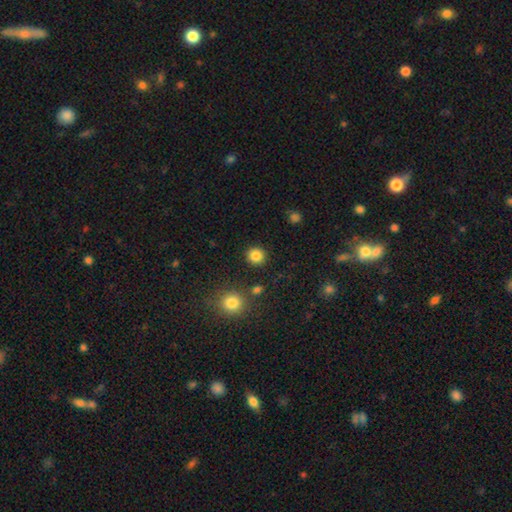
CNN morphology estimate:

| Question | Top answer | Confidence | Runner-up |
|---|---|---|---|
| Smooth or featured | smooth | 85% | star or artifact (11%) |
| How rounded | round | 91% | in between (8%) |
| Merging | none | 90% | minor disturbance (6%) |